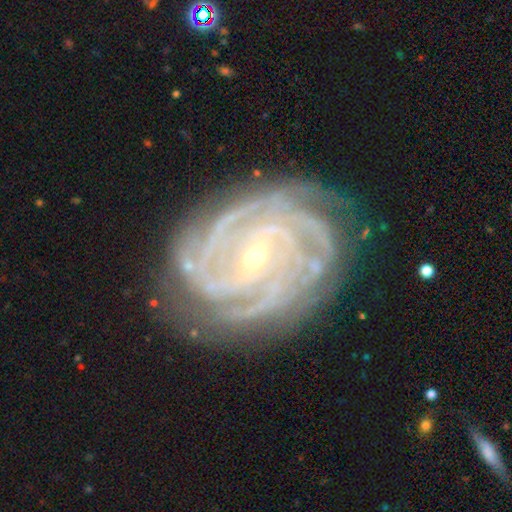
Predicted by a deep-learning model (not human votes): featured or disk 92%, star or artifact 5%, smooth 3%. Down the decision tree: edge-on disk — no (98%); bar — weak (44%); spiral arms — yes (99%); spiral arm count — 4 (30%); spiral winding — tight (74%); bulge size — small (78%); merging — none (79%).